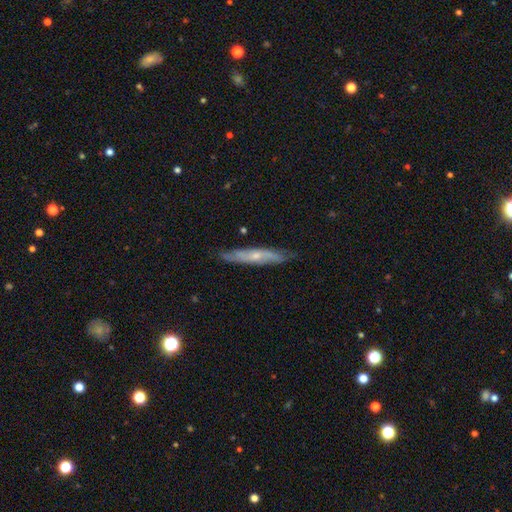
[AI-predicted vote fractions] Morphology: type=featured or disk (61%); edge-on=yes (66%); merging=none (80%).